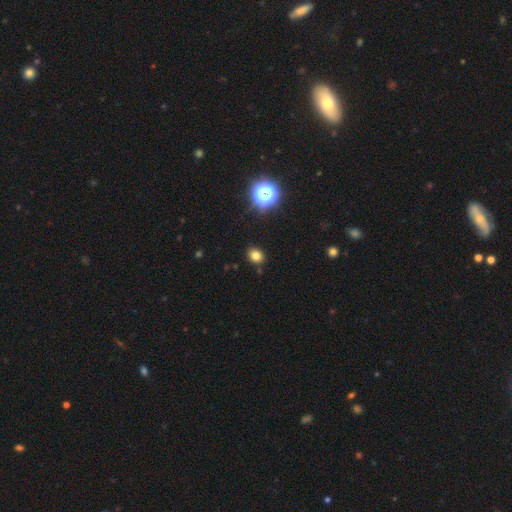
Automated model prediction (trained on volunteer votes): smooth-or-featured: smooth: 78% | star or artifact: 16% | featured or disk: 6%
  how-rounded: round: 64% | in between: 35% | cigar-shaped: 1%
  merging: none: 89% | minor disturbance: 7% | major disturbance: 2% | merger: 2%